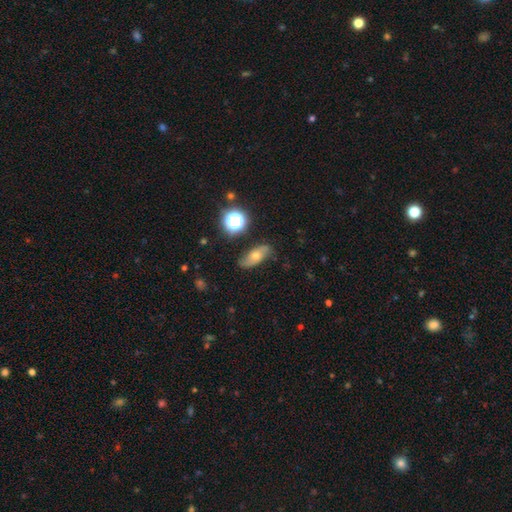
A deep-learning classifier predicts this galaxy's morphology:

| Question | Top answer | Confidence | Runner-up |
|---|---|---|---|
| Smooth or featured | smooth | 44% | featured or disk (41%) |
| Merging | none | 80% | minor disturbance (14%) |